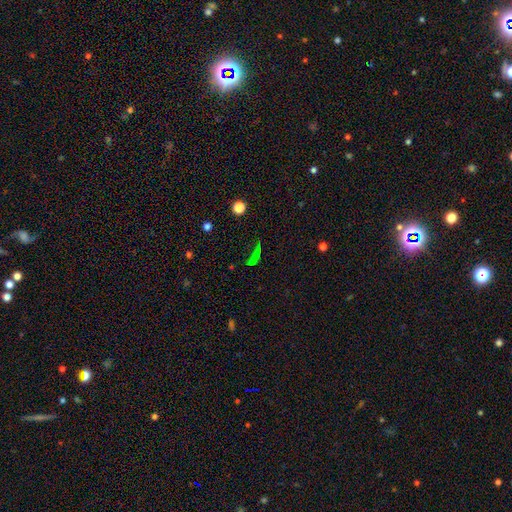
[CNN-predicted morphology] Smooth or featured? star or artifact (54%)